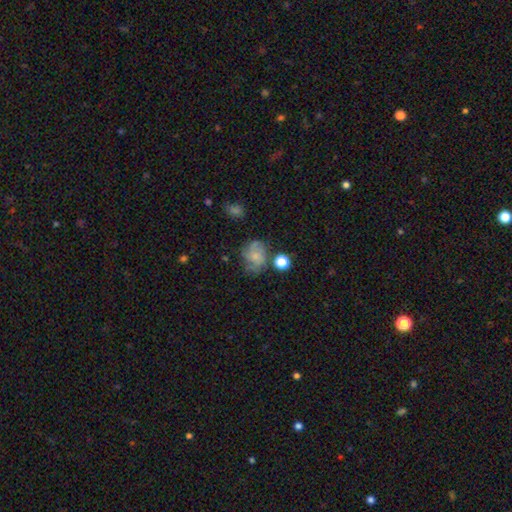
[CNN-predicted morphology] smooth_or_featured: smooth (p=0.49) [alt: featured or disk p=0.39]
merging: none (p=0.55) [alt: minor disturbance p=0.25]